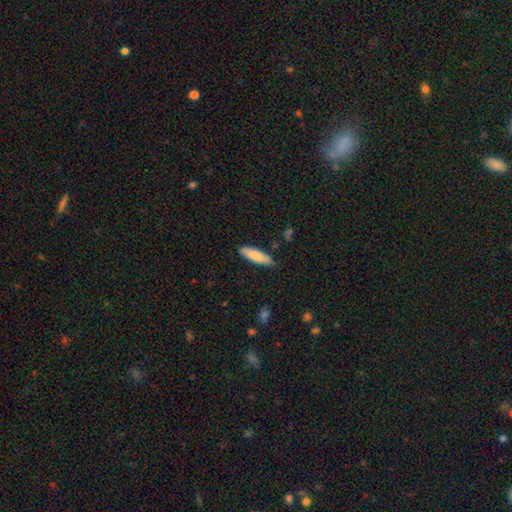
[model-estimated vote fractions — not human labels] The model was most divided on "how rounded": cigar-shaped: 58%, in between: 40%, round: 2%. More confident: merging — none (81%); smooth or featured — smooth (80%).